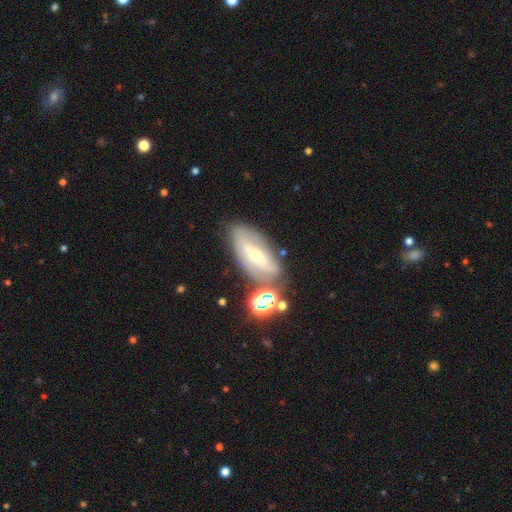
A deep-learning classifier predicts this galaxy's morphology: Smooth or featured: featured or disk — 62% (smooth — 27%)
Edge-on disk: no — 80% (yes — 20%)
Merging: none — 64% (minor disturbance — 18%)